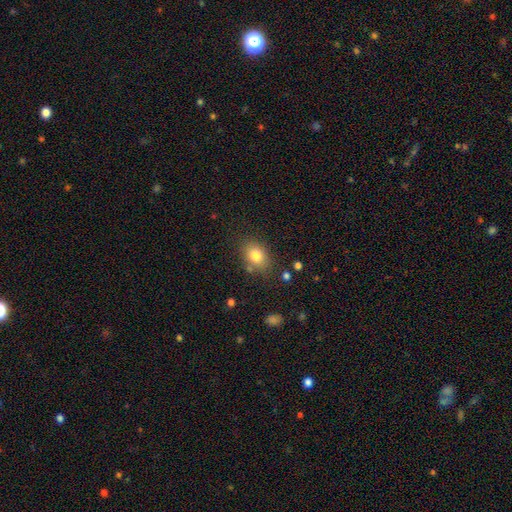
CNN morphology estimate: smooth_or_featured: smooth (p=0.81) [alt: star or artifact p=0.10]
how_rounded: in between (p=0.68) [alt: round p=0.31]
merging: none (p=0.77) [alt: minor disturbance p=0.14]